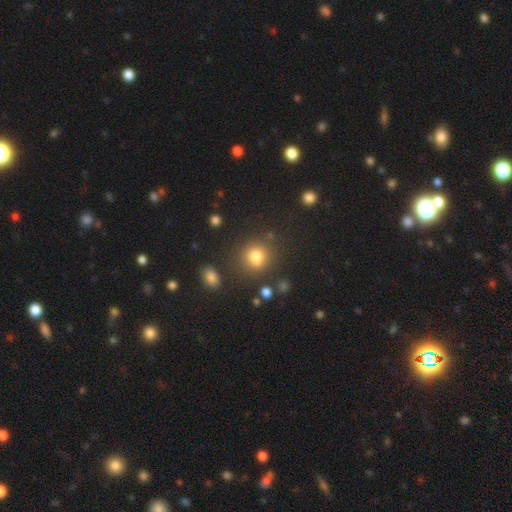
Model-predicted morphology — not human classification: A smooth galaxy with no disk features (76%) that is round (75%). Merging: none (65%).